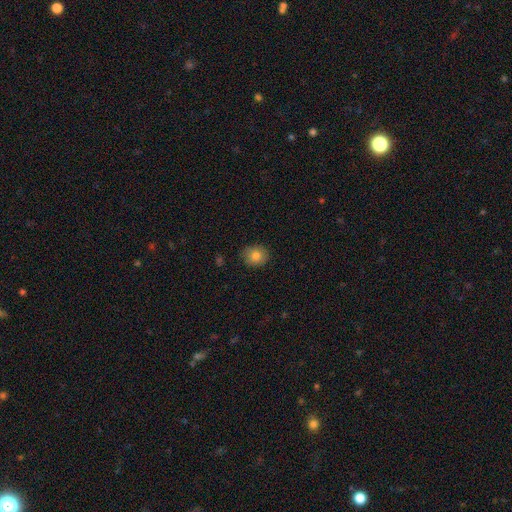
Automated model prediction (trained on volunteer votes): A smooth galaxy with no disk features (82%) that is round (77%).

Vote fractions:
- Smooth or featured? smooth: 82% / star or artifact: 10% / featured or disk: 8%
- How rounded? round: 77% / in between: 22% / cigar-shaped: 1%
- Merging? none: 86% / minor disturbance: 11% / major disturbance: 2% / merger: 1%